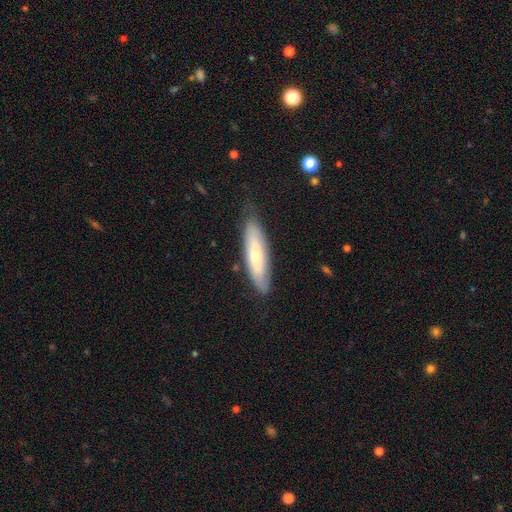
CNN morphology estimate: The model was most divided on "smooth or featured": smooth: 53%, featured or disk: 41%, star or artifact: 6%. More confident: merging — none (76%); how rounded — cigar-shaped (64%).